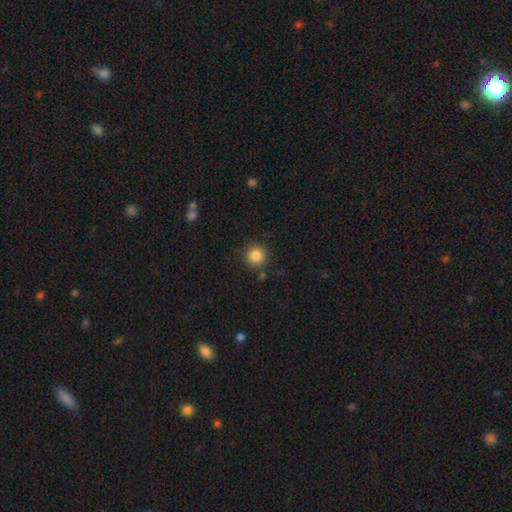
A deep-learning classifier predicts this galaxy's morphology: smooth 86%, star or artifact 11%, featured or disk 4%. Down the decision tree: how rounded — round (95%); merging — none (87%).